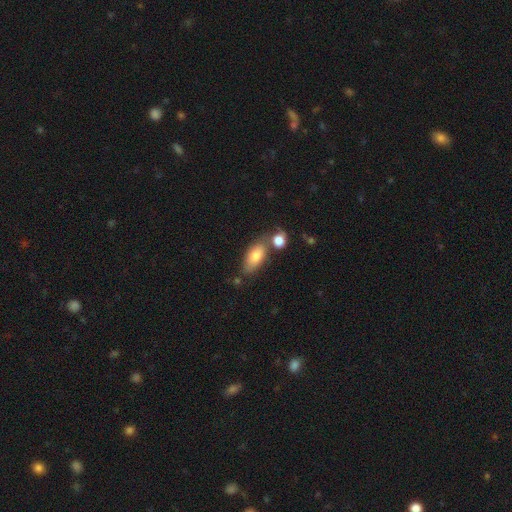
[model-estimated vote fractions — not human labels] Smooth or featured? Predicted: smooth (p=0.77). How rounded? Predicted: in between (p=0.85). Merging? Predicted: none (p=0.56).